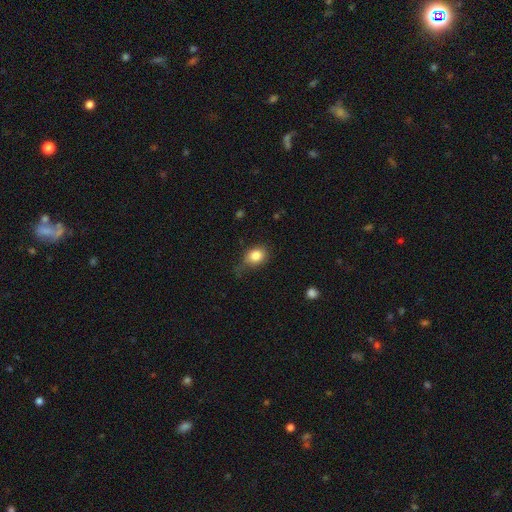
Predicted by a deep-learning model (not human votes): smooth-or-featured: smooth: 83% | star or artifact: 9% | featured or disk: 7%
  how-rounded: in between: 54% | round: 45% | cigar-shaped: 1%
  merging: none: 56% | minor disturbance: 31% | major disturbance: 11% | merger: 2%